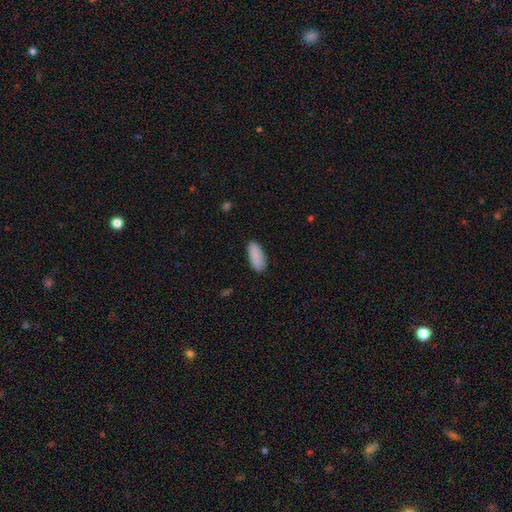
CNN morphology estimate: smooth-or-featured: smooth: 89% | star or artifact: 6% | featured or disk: 5%
  how-rounded: in between: 82% | cigar-shaped: 16% | round: 2%
  merging: none: 86% | minor disturbance: 11% | major disturbance: 2% | merger: 1%